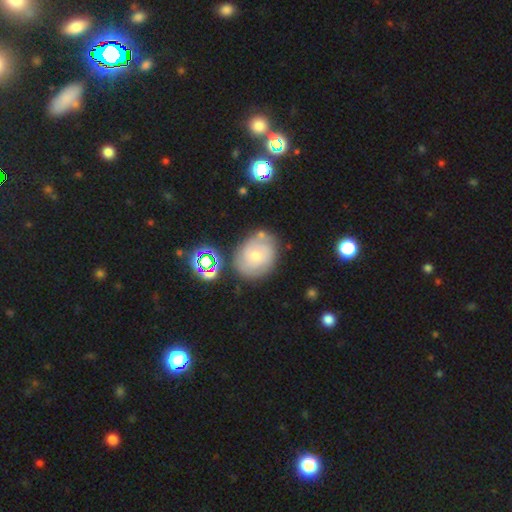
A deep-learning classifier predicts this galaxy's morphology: smooth_or_featured: smooth (p=0.44) [tied with: featured or disk p=0.44]
merging: none (p=0.70) [alt: minor disturbance p=0.17]